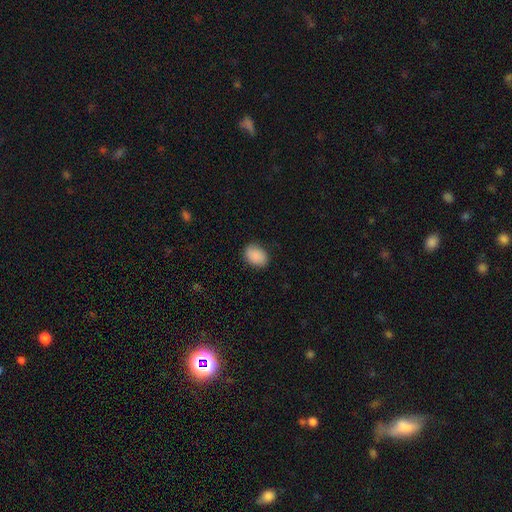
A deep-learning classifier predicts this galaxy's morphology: The model was most divided on "how rounded": in between: 79%, round: 20%, cigar-shaped: 1%. More confident: smooth or featured — smooth (90%); merging — none (87%).